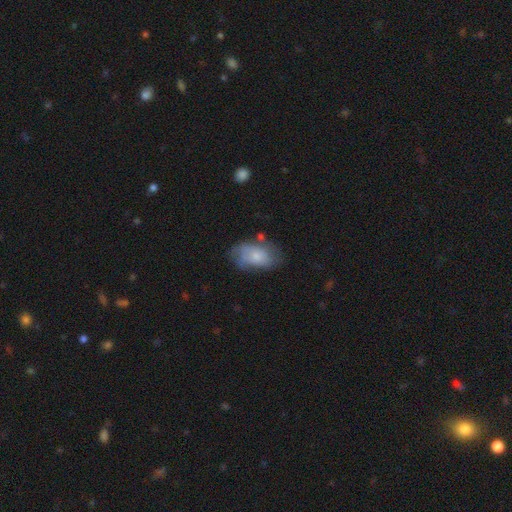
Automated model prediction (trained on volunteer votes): A smooth galaxy with no disk features (63%) that is in between round and cigar-shaped (91%). Merging: none (52%).